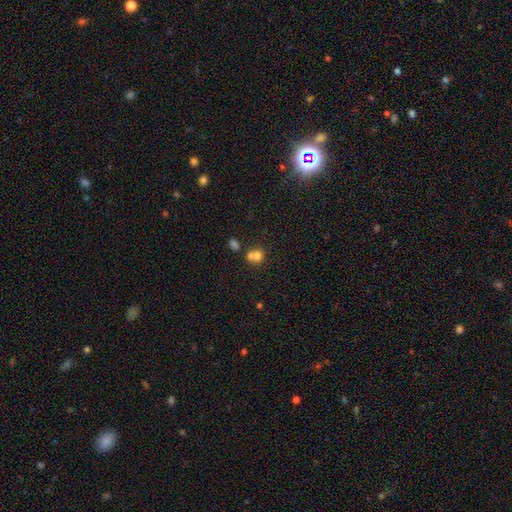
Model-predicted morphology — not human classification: Smooth or featured: smooth — 72% (featured or disk — 15%)
How rounded: round — 75% (in between — 24%)
Merging: merger — 58% (none — 32%)